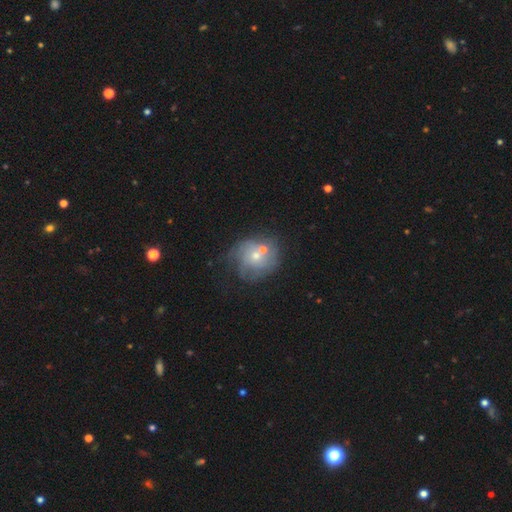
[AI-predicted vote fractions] smooth_or_featured: featured or disk (p=0.55) [alt: smooth p=0.33]
disk_edge_on: no (p=0.97) [alt: yes p=0.03]
bar: no (p=0.83) [alt: weak p=0.15]
has_spiral_arms: yes (p=0.58) [alt: no p=0.42]
bulge_size: small (p=0.57) [alt: moderate p=0.36]
merging: none (p=0.44) [alt: merger p=0.23]